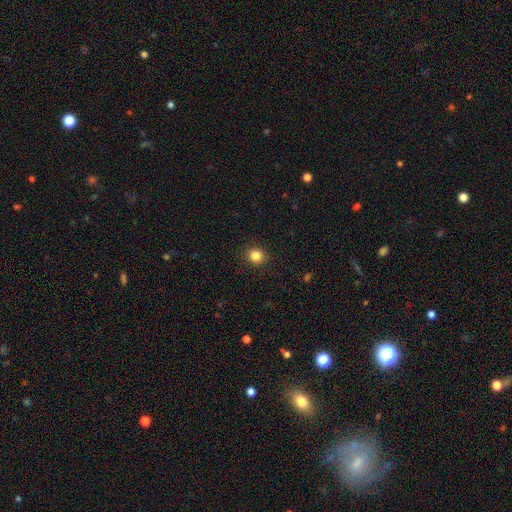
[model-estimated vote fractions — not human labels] A smooth galaxy with no disk features (84%) that is round (84%). Merging: none (91%).